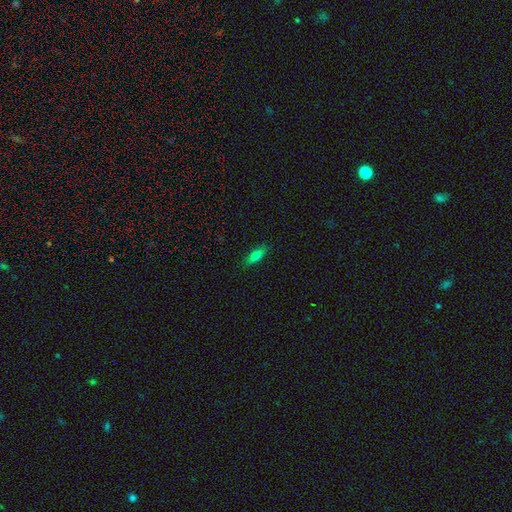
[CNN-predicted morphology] The model was most divided on "how rounded": in between: 64%, cigar-shaped: 33%, round: 3%. More confident: merging — none (86%); smooth or featured — smooth (74%).